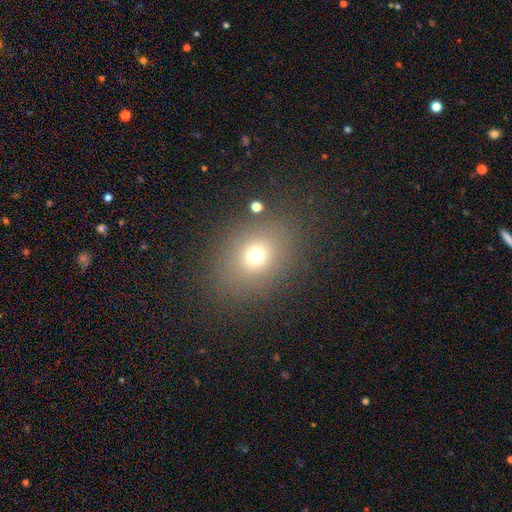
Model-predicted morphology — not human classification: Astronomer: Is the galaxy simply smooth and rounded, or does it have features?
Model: smooth — 70%.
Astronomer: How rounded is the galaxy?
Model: round — 52% (runner-up: in between, 46%).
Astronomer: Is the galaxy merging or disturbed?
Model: none — 82%.